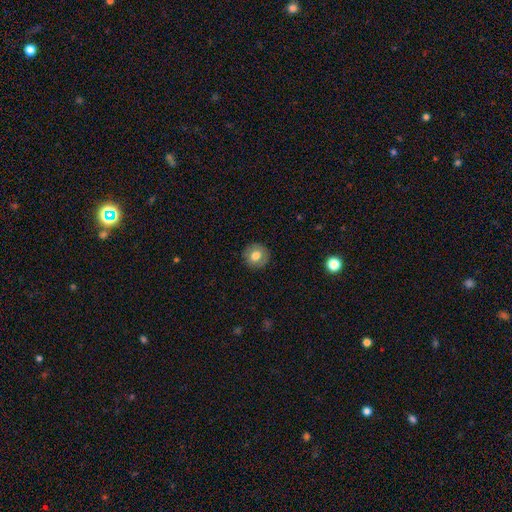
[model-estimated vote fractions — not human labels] smooth_or_featured: smooth (p=0.75) [alt: featured or disk p=0.16]
how_rounded: round (p=0.91) [alt: in between p=0.08]
merging: none (p=0.90) [alt: minor disturbance p=0.07]